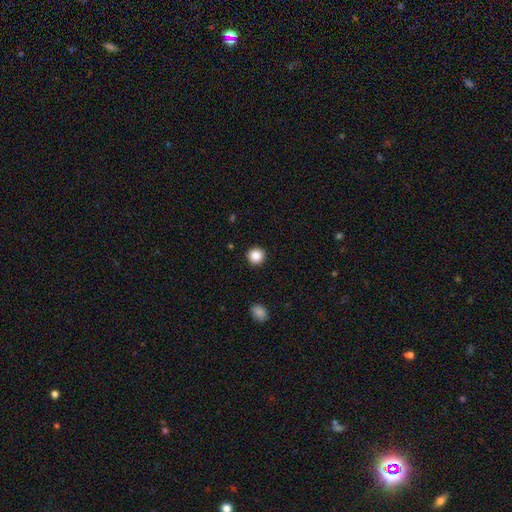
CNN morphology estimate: Q: Smooth or featured?
A: smooth (87%); runner-up: star or artifact (10%)
Q: How rounded?
A: round (94%); runner-up: in between (5%)
Q: Merging?
A: none (92%); runner-up: minor disturbance (5%)